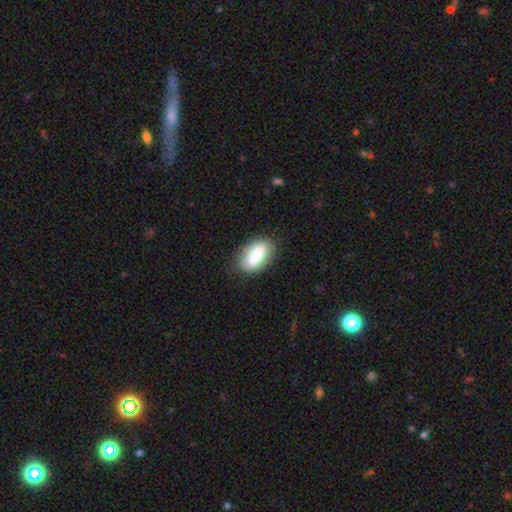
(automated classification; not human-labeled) Smooth or featured: smooth — 69% (featured or disk — 23%)
How rounded: in between — 89% (round — 6%)
Merging: none — 81% (minor disturbance — 14%)